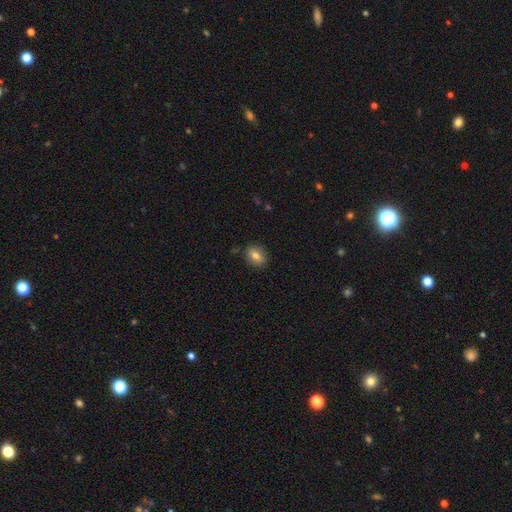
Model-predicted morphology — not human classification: A smooth galaxy with no disk features (76%) that is in between round and cigar-shaped (66%).

Vote fractions:
- Smooth or featured? smooth: 76% / featured or disk: 15% / star or artifact: 9%
- How rounded? in between: 66% / round: 32% / cigar-shaped: 3%
- Merging? none: 86% / minor disturbance: 10% / major disturbance: 2% / merger: 1%